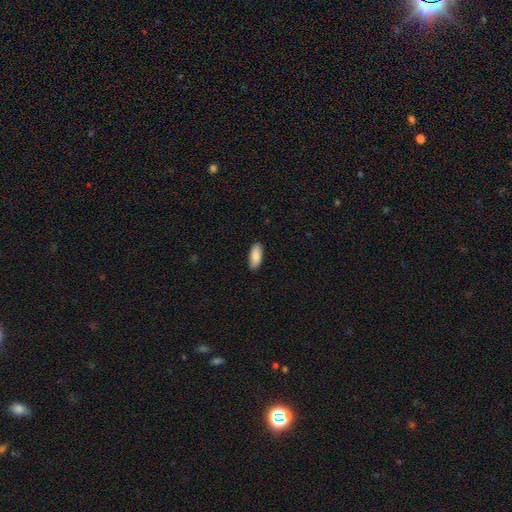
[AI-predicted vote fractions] A smooth galaxy with no disk features (88%) that is in between round and cigar-shaped (85%).

Vote fractions:
- Smooth or featured? smooth: 88% / featured or disk: 6% / star or artifact: 6%
- How rounded? in between: 85% / cigar-shaped: 13% / round: 2%
- Merging? none: 88% / minor disturbance: 9% / major disturbance: 2% / merger: 1%